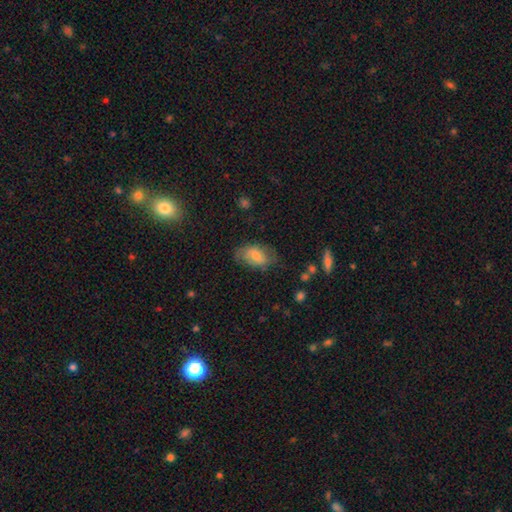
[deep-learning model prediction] A smooth galaxy with no disk features (61%) that is in between round and cigar-shaped (89%).

Vote fractions:
- Smooth or featured? smooth: 61% / featured or disk: 31% / star or artifact: 8%
- How rounded? in between: 89% / round: 9% / cigar-shaped: 2%
- Merging? none: 63% / minor disturbance: 24% / major disturbance: 11% / merger: 2%